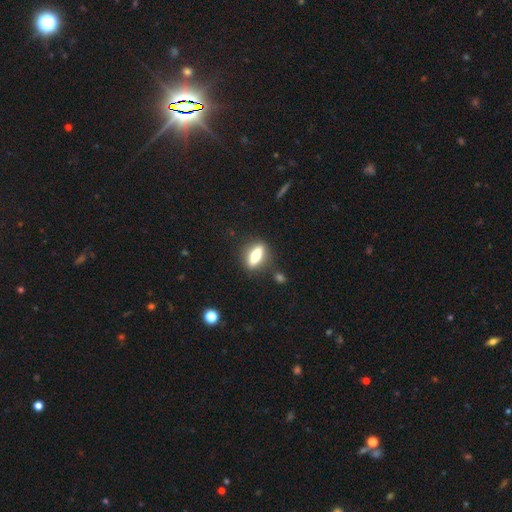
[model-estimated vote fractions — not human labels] Smooth or featured?
  - smooth: 53% *
  - featured or disk: 39%
  - star or artifact: 8%
How rounded?
  - in between: 55% *
  - cigar-shaped: 38%
  - round: 7%
Merging?
  - none: 83% *
  - minor disturbance: 10%
  - major disturbance: 4%
  - merger: 3%